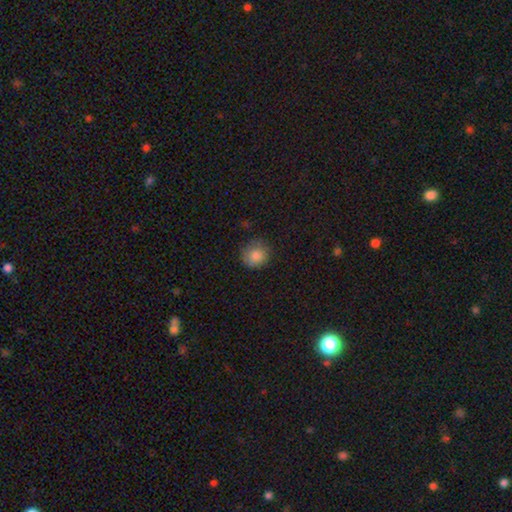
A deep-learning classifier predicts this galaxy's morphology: Smooth or featured: smooth — 85% (star or artifact — 9%)
How rounded: round — 89% (in between — 10%)
Merging: none — 81% (minor disturbance — 14%)